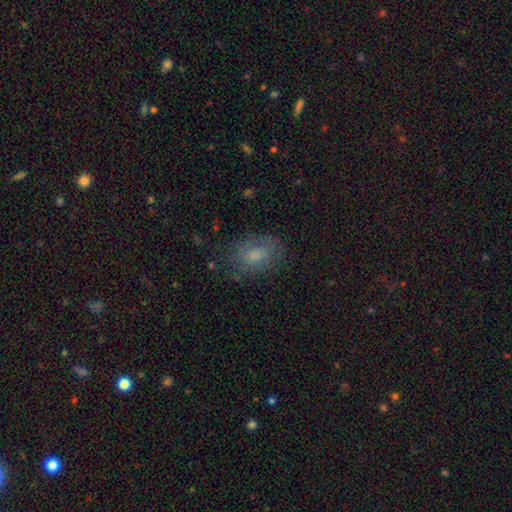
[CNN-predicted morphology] type=smooth (72%); roundness=in between (81%); merging=none (70%).